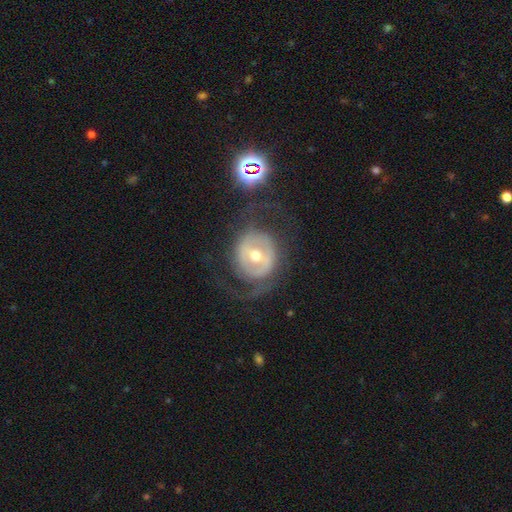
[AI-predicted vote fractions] Smooth or featured?
  - featured or disk: 73% *
  - smooth: 20%
  - star or artifact: 8%
Edge-on disk?
  - no: 96% *
  - yes: 4%
Bar?
  - weak: 39% *
  - strong: 34%
  - no: 27%
Spiral arms?
  - yes: 54% *
  - no: 46%
Bulge size?
  - moderate: 66% *
  - small: 27%
  - large: 5%
  - none: 1%
  - dominant: 1%
Merging?
  - none: 65% *
  - major disturbance: 18%
  - minor disturbance: 15%
  - merger: 2%